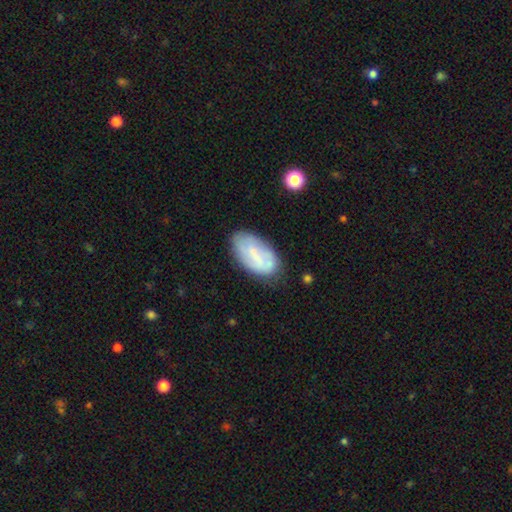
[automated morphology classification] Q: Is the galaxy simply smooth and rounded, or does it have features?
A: smooth — 50%.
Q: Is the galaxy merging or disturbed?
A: none — 70%.